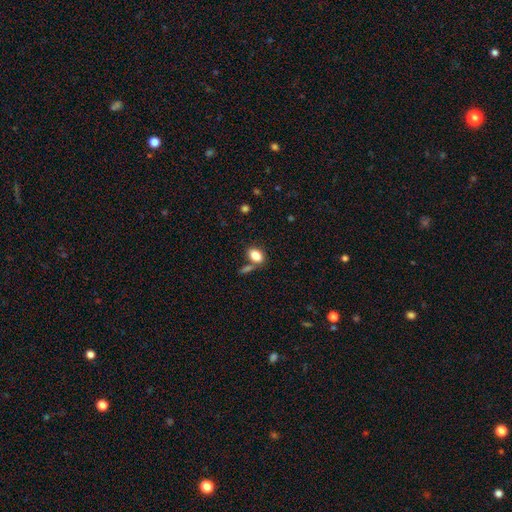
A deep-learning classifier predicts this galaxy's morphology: smooth 84%, star or artifact 9%, featured or disk 7%. Down the decision tree: how rounded — in between (83%); merging — none (63%).